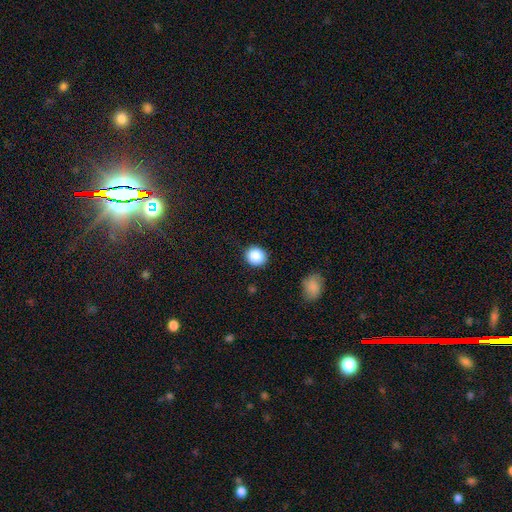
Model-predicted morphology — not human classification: smooth-or-featured: smooth: 88% | star or artifact: 9% | featured or disk: 3%
  how-rounded: round: 87% | in between: 12% | cigar-shaped: 1%
  merging: none: 88% | minor disturbance: 8% | major disturbance: 2% | merger: 2%